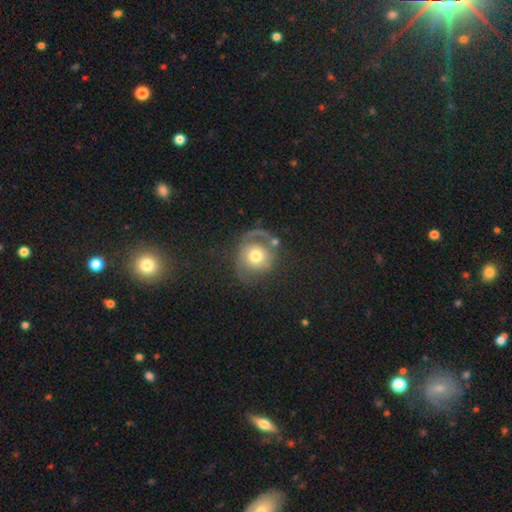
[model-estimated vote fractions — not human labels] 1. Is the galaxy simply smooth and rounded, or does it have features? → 45% featured or disk (tied), 45% smooth (tied), 10% star or artifact.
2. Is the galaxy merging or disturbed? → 44% none, 28% major disturbance, 21% minor disturbance, 7% merger.